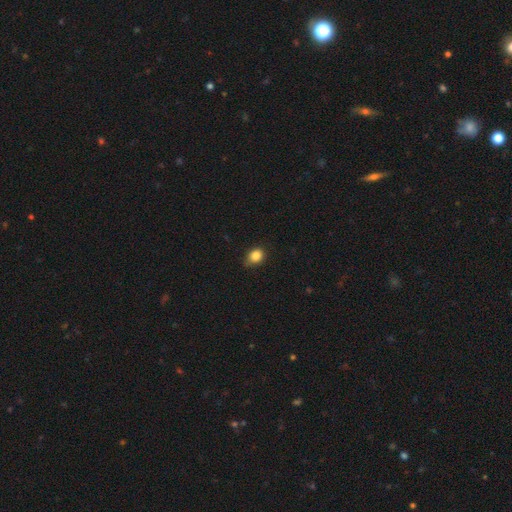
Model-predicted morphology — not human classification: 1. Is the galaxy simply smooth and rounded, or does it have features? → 85% smooth, 10% star or artifact, 5% featured or disk.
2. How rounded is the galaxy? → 58% round, 41% in between, 1% cigar-shaped.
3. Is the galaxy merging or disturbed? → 74% none, 22% minor disturbance, 3% major disturbance, 1% merger.